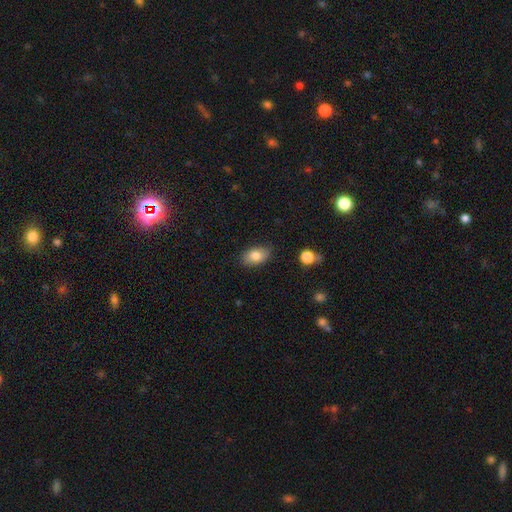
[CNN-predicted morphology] Smooth or featured? Predicted: smooth (p=0.81). How rounded? Predicted: in between (p=0.88). Merging? Predicted: none (p=0.84).